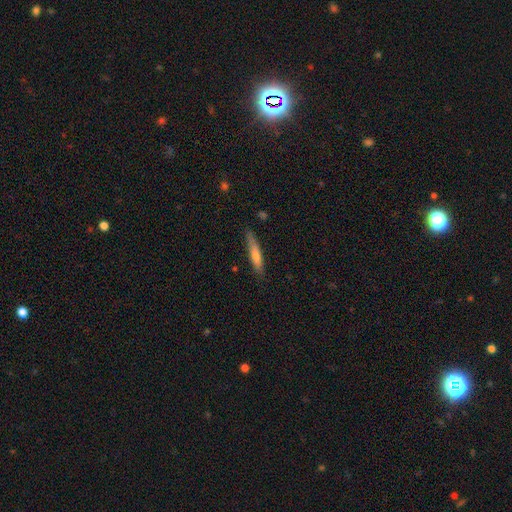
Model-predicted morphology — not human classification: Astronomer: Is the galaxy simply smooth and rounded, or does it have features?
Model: smooth — 61%.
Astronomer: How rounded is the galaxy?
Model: cigar-shaped — 91%.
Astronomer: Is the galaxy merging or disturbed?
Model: none — 82%.